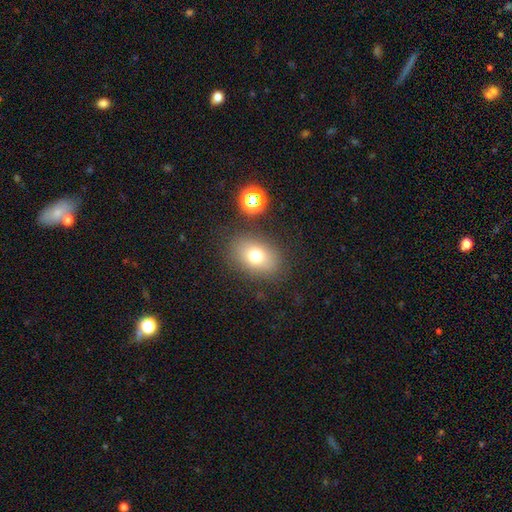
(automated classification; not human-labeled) The model was most divided on "how rounded": in between: 73%, round: 26%, cigar-shaped: 1%. More confident: merging — none (79%); smooth or featured — smooth (72%).